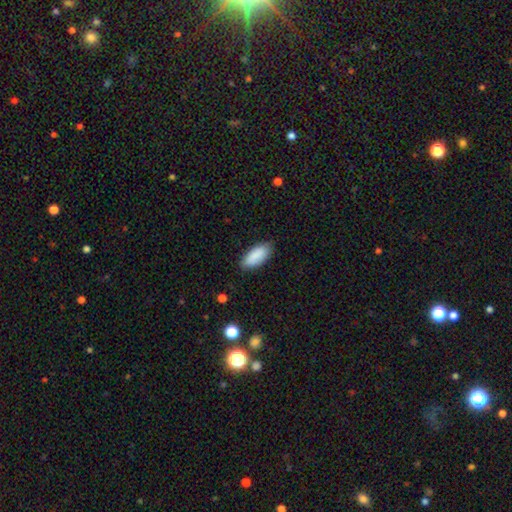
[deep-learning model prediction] Smooth or featured? smooth (89%)
How rounded? in between (86%)
Merging? none (84%)